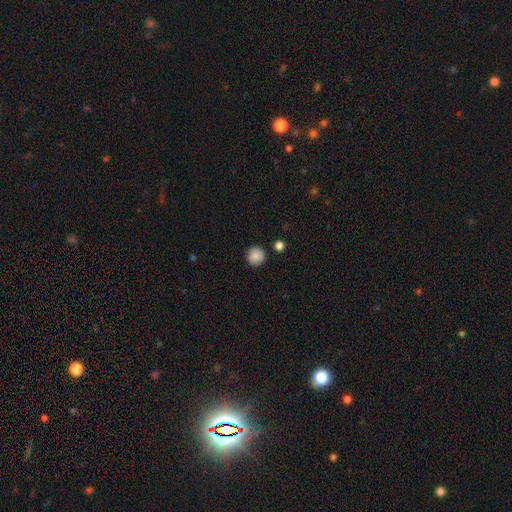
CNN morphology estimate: smooth_or_featured: smooth (p=0.87) [alt: star or artifact p=0.09]
how_rounded: round (p=0.93) [alt: in between p=0.06]
merging: none (p=0.88) [alt: minor disturbance p=0.07]